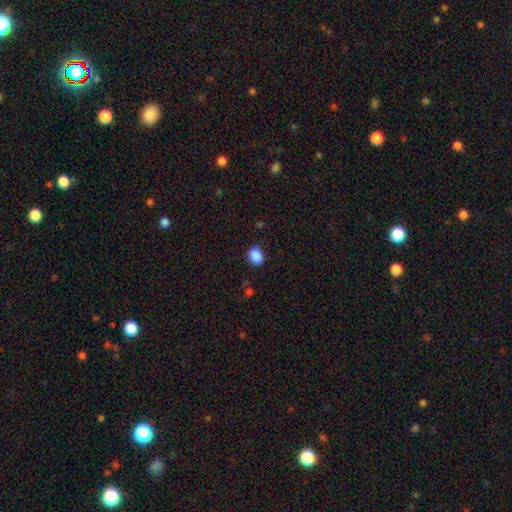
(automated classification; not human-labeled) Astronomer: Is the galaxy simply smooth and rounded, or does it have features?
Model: smooth — 88%.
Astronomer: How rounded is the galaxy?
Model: round — 50% (runner-up: in between, 49%).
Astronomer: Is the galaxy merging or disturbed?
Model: none — 84%.